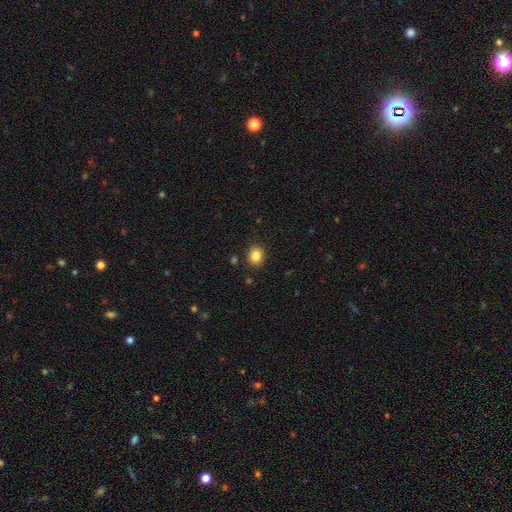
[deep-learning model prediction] This appears to be a smooth galaxy with no disk features (85%) that is round (69%). Merging: none (89%).